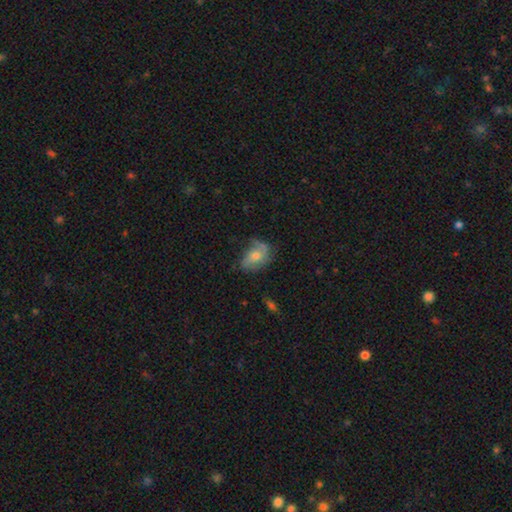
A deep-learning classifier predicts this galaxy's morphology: smooth-or-featured: featured or disk: 55% | smooth: 36% | star or artifact: 9%
  disk-edge-on: no: 96% | yes: 4%
    bar: no: 71% | weak: 24% | strong: 5%
    has-spiral-arms: yes: 83% | no: 17%
    bulge-size: moderate: 58% | small: 30% | large: 7% | none: 4% | dominant: 1%
  merging: none: 53% | minor disturbance: 29% | major disturbance: 16% | merger: 2%